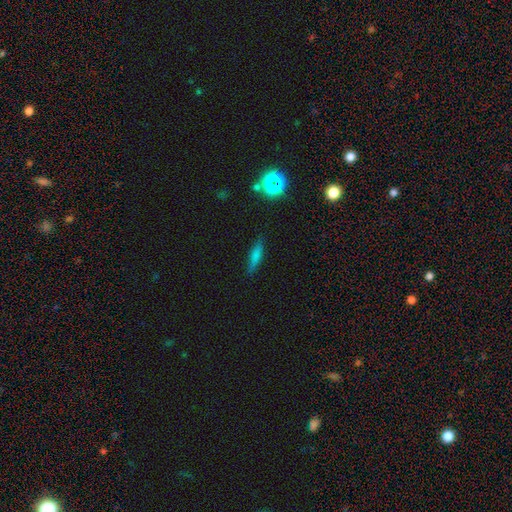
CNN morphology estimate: Smooth or featured? Predicted: smooth (p=0.70). How rounded? Predicted: cigar-shaped (p=0.77). Merging? Predicted: none (p=0.84).